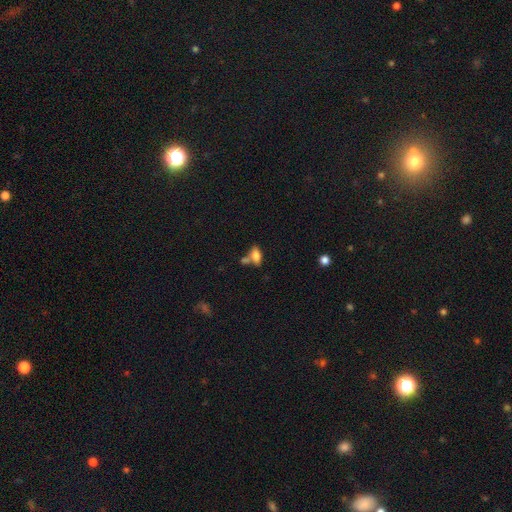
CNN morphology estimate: Smooth or featured: smooth — 75% (featured or disk — 16%)
How rounded: in between — 85% (cigar-shaped — 10%)
Merging: none — 51% (merger — 28%)